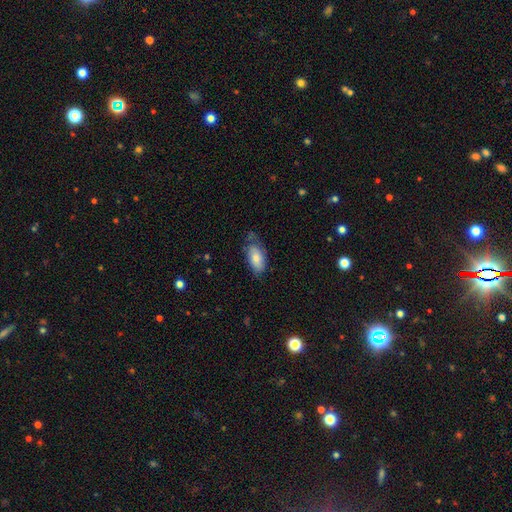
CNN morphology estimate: The model was most divided on "merging": none: 51%, minor disturbance: 34%, major disturbance: 13%, merger: 2%. More confident: how rounded — in between (90%); smooth or featured — smooth (70%).